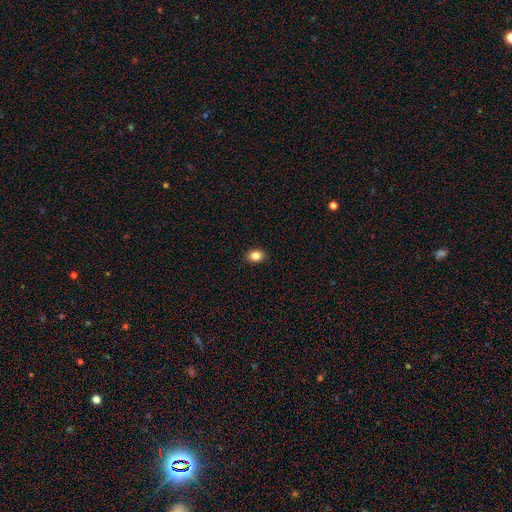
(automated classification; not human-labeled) smooth-or-featured: smooth: 85% | star or artifact: 10% | featured or disk: 5%
  how-rounded: in between: 68% | round: 30% | cigar-shaped: 1%
  merging: none: 89% | minor disturbance: 8% | major disturbance: 2% | merger: 1%